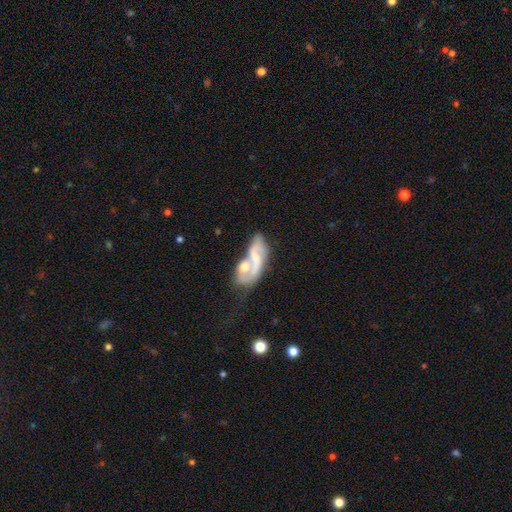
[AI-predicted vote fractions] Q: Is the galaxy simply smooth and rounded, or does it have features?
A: featured or disk — 64%.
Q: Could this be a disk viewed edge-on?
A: no — 94%.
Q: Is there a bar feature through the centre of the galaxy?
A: no — 53%.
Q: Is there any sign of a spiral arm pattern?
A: yes — 72%.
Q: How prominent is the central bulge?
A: moderate — 39%.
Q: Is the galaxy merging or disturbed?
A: merger — 49%.